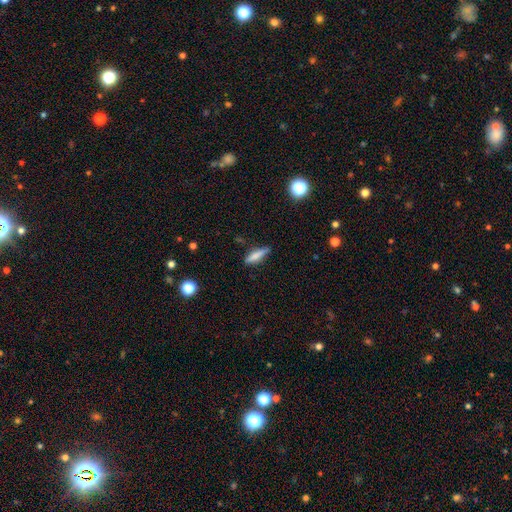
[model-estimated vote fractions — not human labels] Q: Smooth or featured?
A: smooth (71%); runner-up: featured or disk (21%)
Q: How rounded?
A: cigar-shaped (71%); runner-up: in between (27%)
Q: Merging?
A: none (77%); runner-up: minor disturbance (18%)